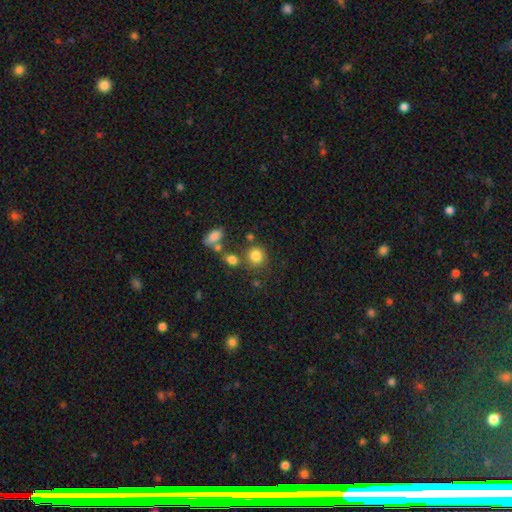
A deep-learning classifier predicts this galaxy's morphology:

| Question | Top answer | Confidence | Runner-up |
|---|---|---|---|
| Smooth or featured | smooth | 82% | star or artifact (11%) |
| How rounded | round | 84% | in between (15%) |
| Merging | none | 69% | merger (14%) |